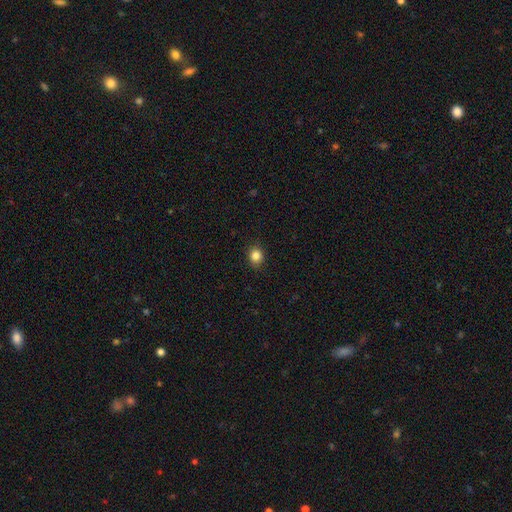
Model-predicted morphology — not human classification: Smooth or featured? Predicted: smooth (p=0.85). How rounded? Predicted: round (p=0.70). Merging? Predicted: none (p=0.87).